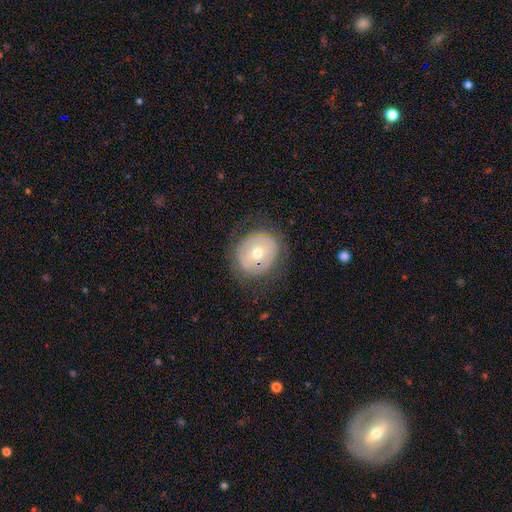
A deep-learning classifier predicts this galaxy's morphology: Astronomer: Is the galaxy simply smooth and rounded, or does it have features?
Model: featured or disk — 49% (runner-up: smooth, 43%).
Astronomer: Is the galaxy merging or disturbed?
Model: none — 76%.